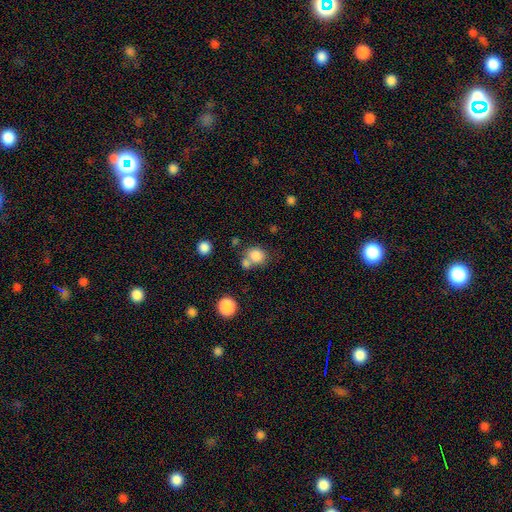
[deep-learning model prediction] Overall: smooth (81%). How rounded: round (72%). Merging: none (51%; merger 33%).